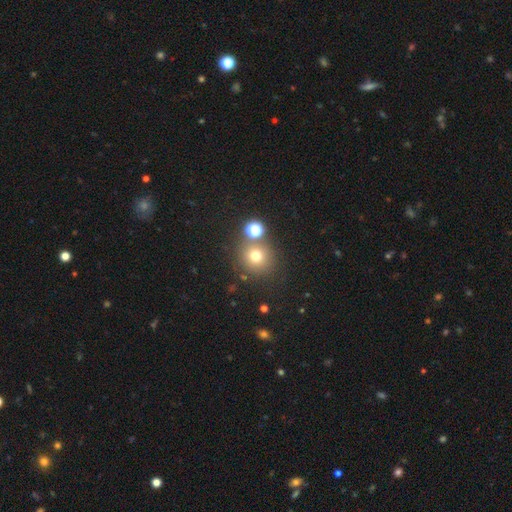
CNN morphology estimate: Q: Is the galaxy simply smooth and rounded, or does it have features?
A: smooth — 70%.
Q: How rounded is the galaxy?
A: round — 90%.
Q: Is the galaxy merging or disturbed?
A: none — 73%.